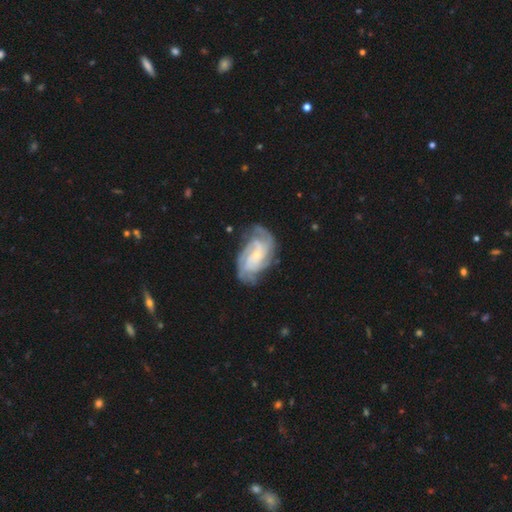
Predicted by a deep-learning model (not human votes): Overall: featured or disk (87%). Edge-on disk: no (97%). Bar: no (59%; weak 32%). Spiral arms: yes (97%). Spiral arm count: 3 (26%; can't tell 23%). Spiral winding: tight (59%; medium 33%). Bulge size: small (76%). Merging: none (70%).